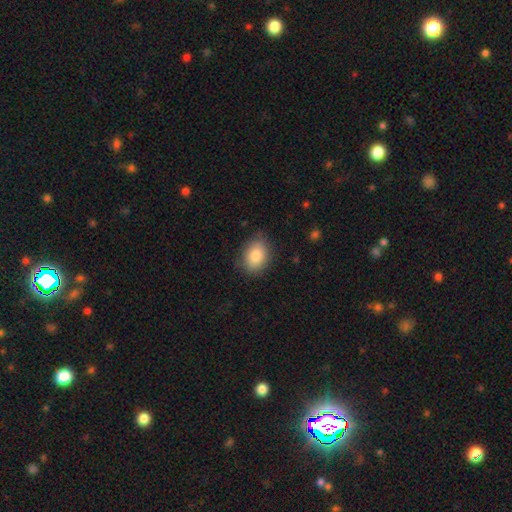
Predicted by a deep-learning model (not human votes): The model was most divided on "how rounded": in between: 75%, round: 24%, cigar-shaped: 1%. More confident: smooth or featured — smooth (84%); merging — none (81%).